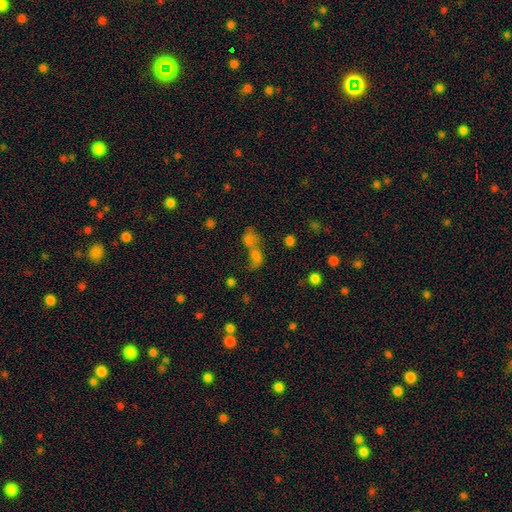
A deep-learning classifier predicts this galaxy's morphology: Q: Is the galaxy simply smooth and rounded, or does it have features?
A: smooth — 63%.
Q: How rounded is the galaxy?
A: in between — 62%.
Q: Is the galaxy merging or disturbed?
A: merger — 64%.